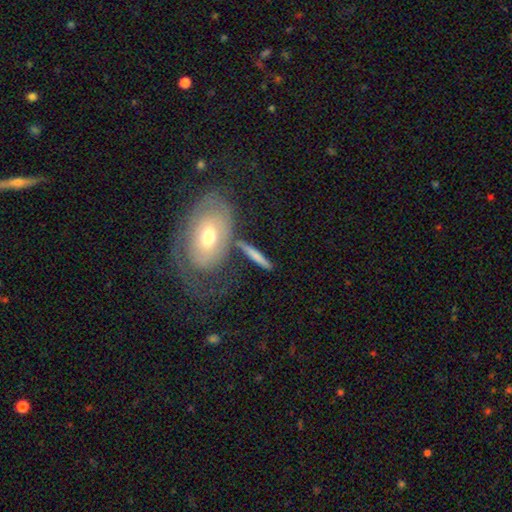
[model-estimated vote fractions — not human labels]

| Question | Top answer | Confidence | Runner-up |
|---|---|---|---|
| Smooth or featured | smooth | 61% | featured or disk (33%) |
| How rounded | cigar-shaped | 74% | in between (21%) |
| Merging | none | 69% | merger (13%) |